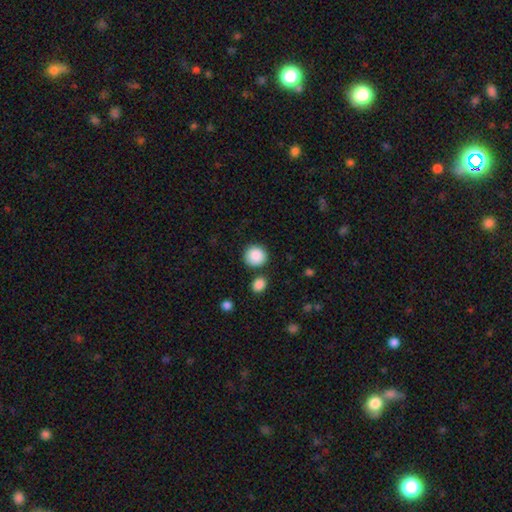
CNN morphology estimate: smooth_or_featured: smooth (p=0.89) [alt: star or artifact p=0.08]
how_rounded: round (p=0.90) [alt: in between p=0.09]
merging: none (p=0.81) [alt: minor disturbance p=0.09]